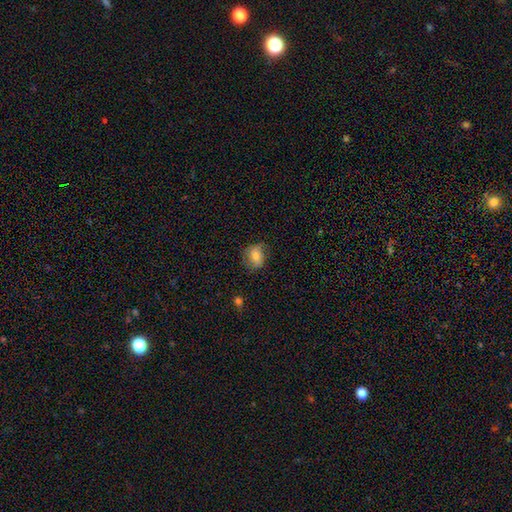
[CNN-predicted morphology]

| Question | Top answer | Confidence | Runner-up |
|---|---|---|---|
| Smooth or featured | smooth | 71% | featured or disk (20%) |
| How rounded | in between | 51% | round (48%) |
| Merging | none | 67% | minor disturbance (24%) |